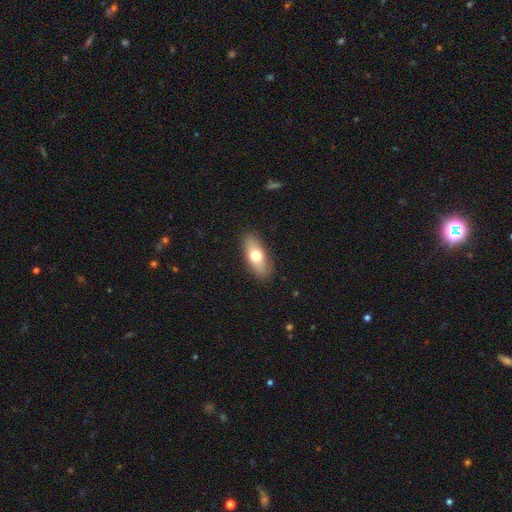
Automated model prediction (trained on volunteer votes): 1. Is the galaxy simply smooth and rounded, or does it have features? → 68% smooth, 26% featured or disk, 6% star or artifact.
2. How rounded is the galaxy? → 79% in between, 17% cigar-shaped, 4% round.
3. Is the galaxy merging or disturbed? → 87% none, 10% minor disturbance, 2% major disturbance, 1% merger.